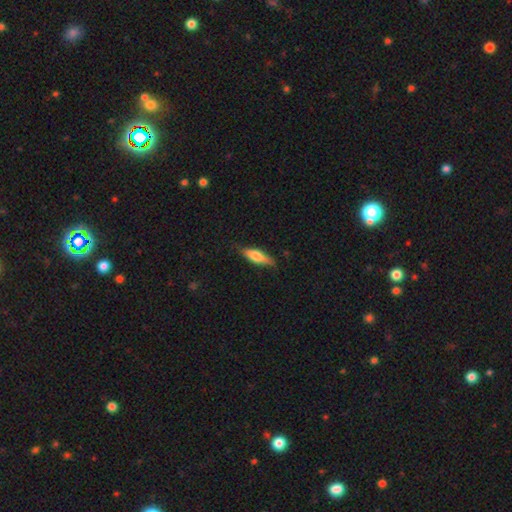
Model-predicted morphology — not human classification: A smooth galaxy with no disk features (66%) that is cigar-shaped (54%).

Vote fractions:
- Smooth or featured? smooth: 66% / featured or disk: 28% / star or artifact: 6%
- How rounded? cigar-shaped: 54% / in between: 44% / round: 2%
- Merging? none: 75% / minor disturbance: 20% / major disturbance: 4% / merger: 1%